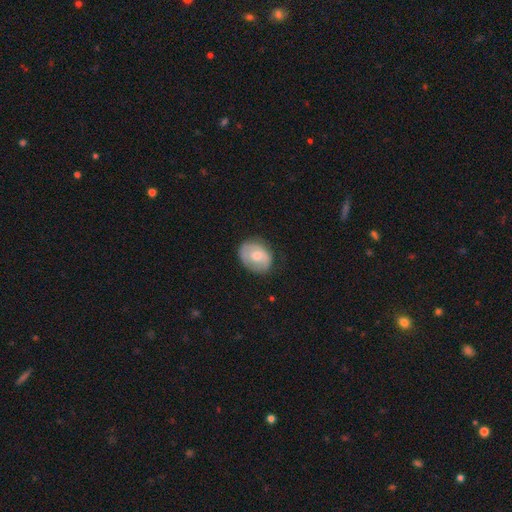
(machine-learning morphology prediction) Smooth or featured: smooth — 59% (featured or disk — 34%)
How rounded: in between — 60% (round — 39%)
Merging: none — 76% (minor disturbance — 18%)